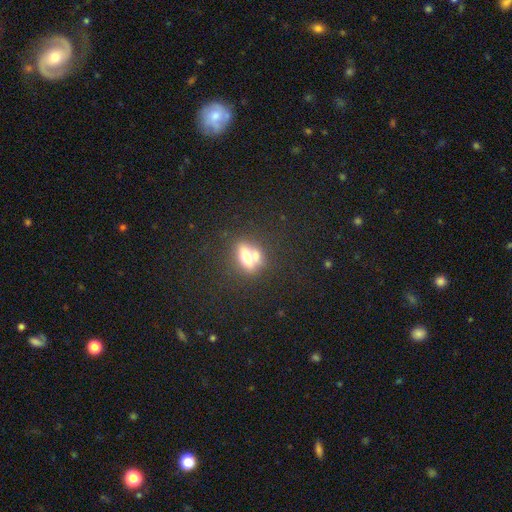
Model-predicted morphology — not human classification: The model was most divided on "merging": none: 45%, merger: 37%, minor disturbance: 12%, major disturbance: 6%. More confident: how rounded — in between (67%); smooth or featured — smooth (59%).